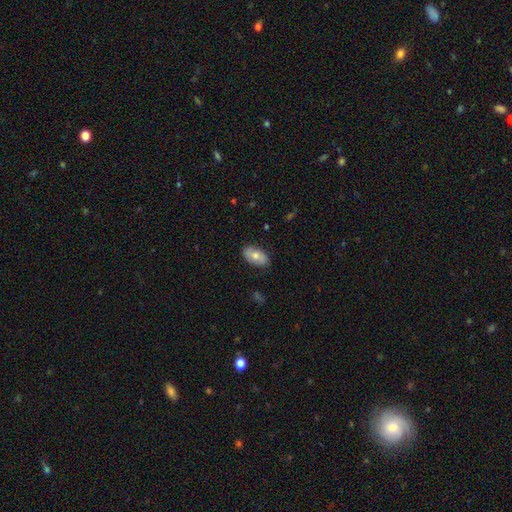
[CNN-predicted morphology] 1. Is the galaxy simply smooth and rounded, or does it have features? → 71% smooth, 23% featured or disk, 6% star or artifact.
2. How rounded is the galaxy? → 94% in between, 4% round, 2% cigar-shaped.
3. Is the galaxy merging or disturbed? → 85% none, 12% minor disturbance, 2% major disturbance, 1% merger.